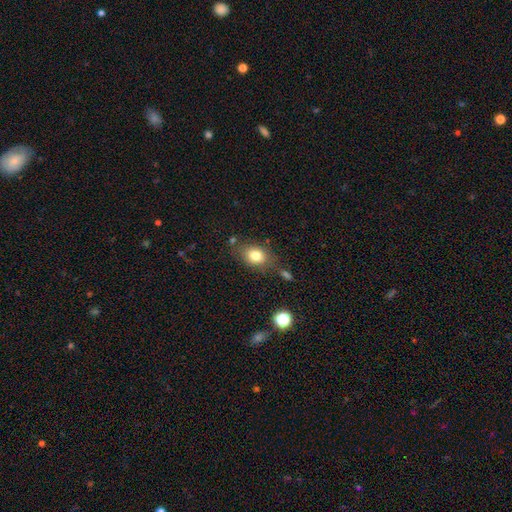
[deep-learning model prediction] This appears to be a smooth galaxy with no disk features (80%) that is in between round and cigar-shaped (64%). Merging: none (70%).